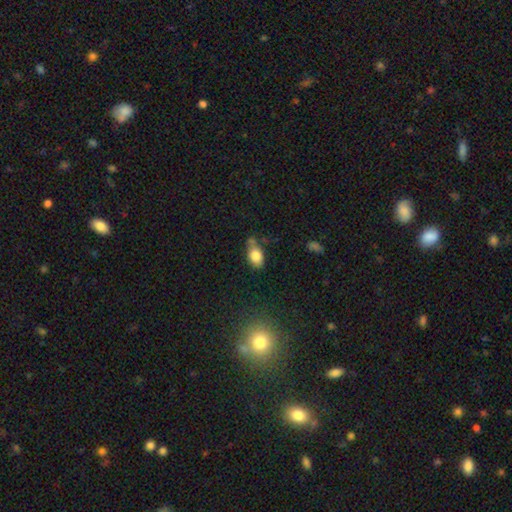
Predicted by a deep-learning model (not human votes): This appears to be a smooth galaxy with no disk features (82%) that is in between round and cigar-shaped (83%). Merging: none (52%).